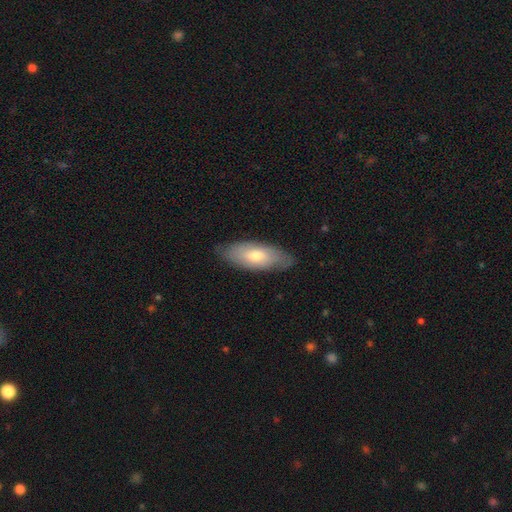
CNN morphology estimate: A smooth galaxy with no disk features (64%) that is in between round and cigar-shaped (79%). Merging: none (80%).